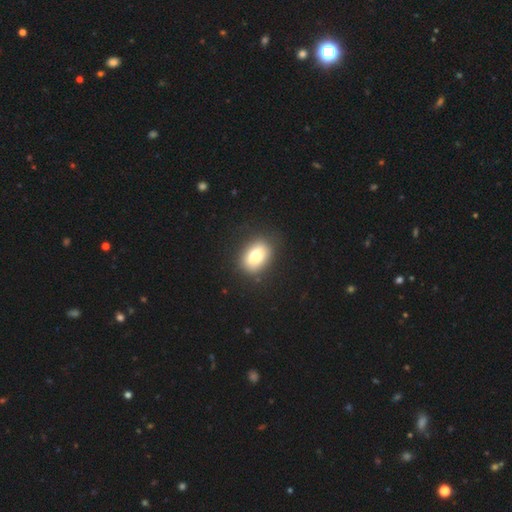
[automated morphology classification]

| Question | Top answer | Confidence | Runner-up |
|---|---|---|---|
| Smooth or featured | smooth | 76% | featured or disk (15%) |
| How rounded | in between | 78% | round (20%) |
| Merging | none | 81% | minor disturbance (13%) |